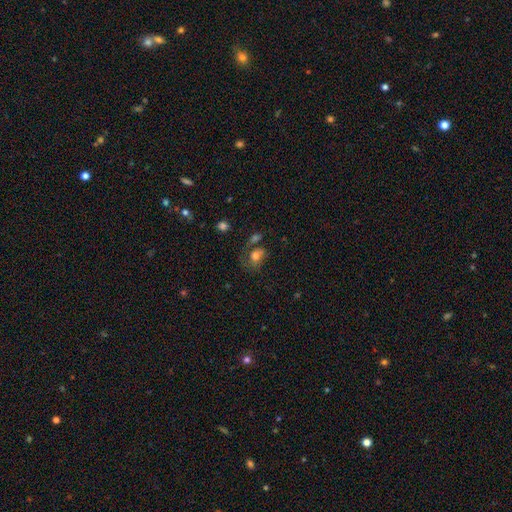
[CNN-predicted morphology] Q: Smooth or featured?
A: smooth (61%); runner-up: featured or disk (28%)
Q: How rounded?
A: in between (52%); runner-up: round (46%)
Q: Merging?
A: none (34%); runner-up: merger (24%)